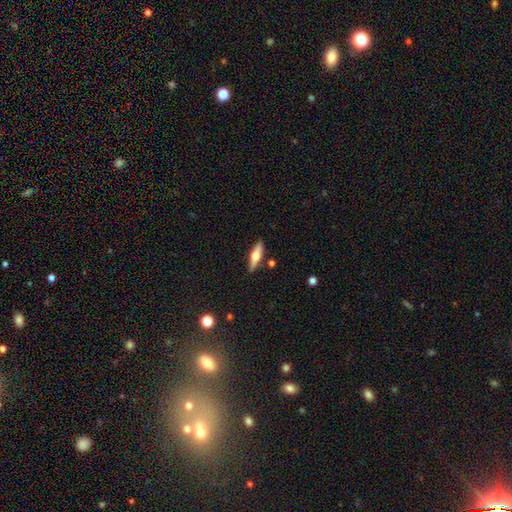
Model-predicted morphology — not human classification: Smooth or featured? featured or disk (54%)
Edge-on disk? yes (94%)
Edge-on bulge? rounded (93%)
Merging? none (85%)